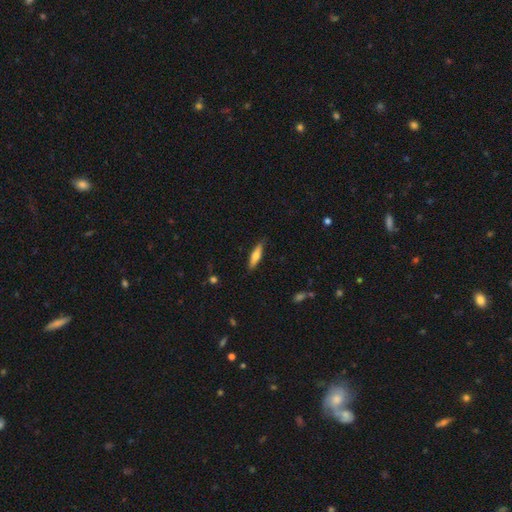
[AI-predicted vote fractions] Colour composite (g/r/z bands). It shows a smooth galaxy with no disk features (64%) that is cigar-shaped (73%). Merging: none (83%).